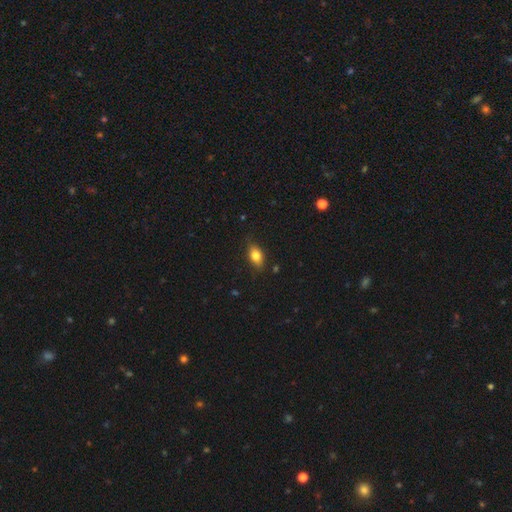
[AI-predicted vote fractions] This is clearly a smooth galaxy (80%). How rounded: clearly in between (85%). Merging: clearly none (82%).